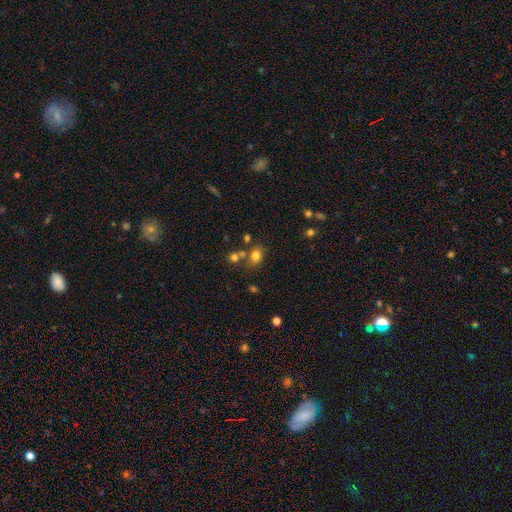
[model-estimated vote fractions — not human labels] This is likely a smooth galaxy (76%). How rounded: possibly in between (50%). Merging: likely none (62%).